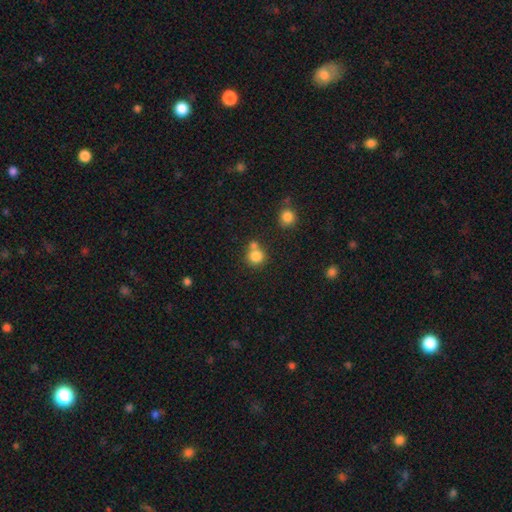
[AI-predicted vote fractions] Smooth or featured: smooth — 82% (star or artifact — 11%)
How rounded: round — 89% (in between — 10%)
Merging: none — 58% (merger — 30%)